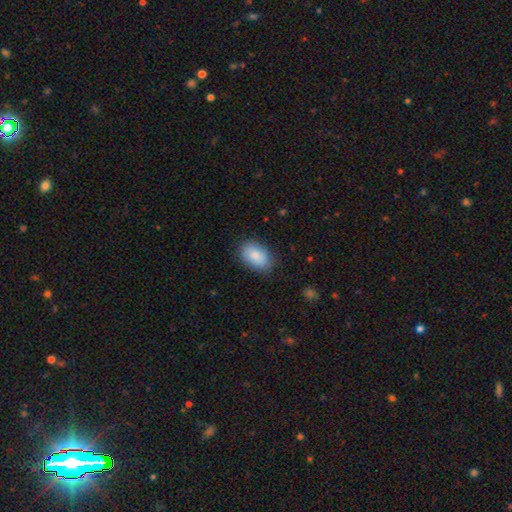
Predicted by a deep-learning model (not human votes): A smooth galaxy with no disk features (85%) that is in between round and cigar-shaped (90%).

Vote fractions:
- Smooth or featured? smooth: 85% / featured or disk: 9% / star or artifact: 6%
- How rounded? in between: 90% / round: 9% / cigar-shaped: 1%
- Merging? none: 81% / minor disturbance: 15% / major disturbance: 3% / merger: 1%